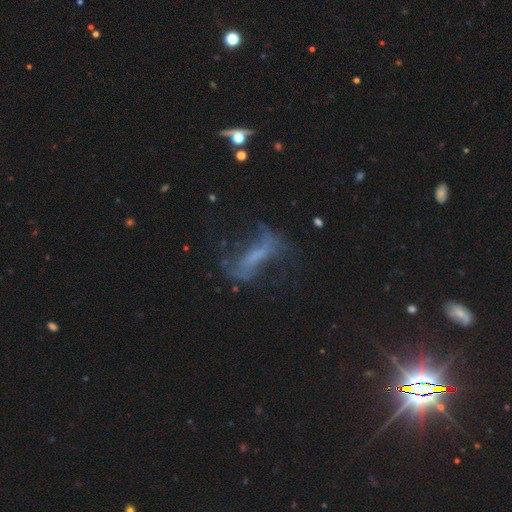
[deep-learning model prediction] Morphology: type=featured or disk (59%); edge-on=no (81%); merging=none (45%).